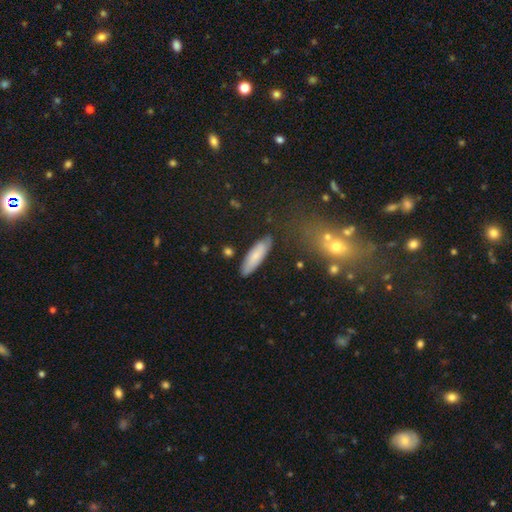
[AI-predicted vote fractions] Smooth or featured? smooth (77%)
How rounded? cigar-shaped (55%)
Merging? none (83%)